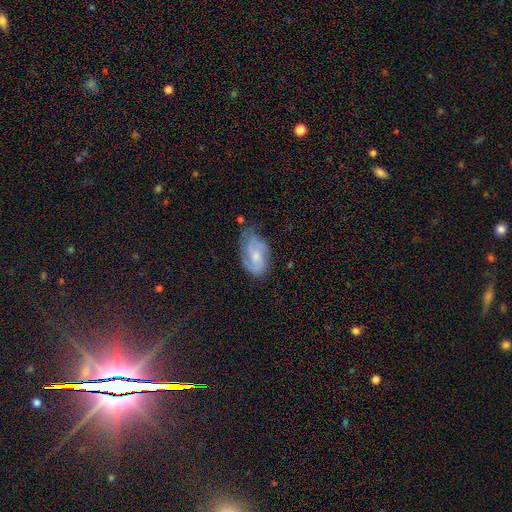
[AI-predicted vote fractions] The model was most divided on "spiral winding": medium: 42%, tight: 41%, loose: 17%. Remaining: edge-on disk — no (96%); spiral arms — yes (90%); smooth or featured — featured or disk (65%); bar — no (59%); merging — none (53%); bulge size — small (52%); spiral arm count — 2 (41%).